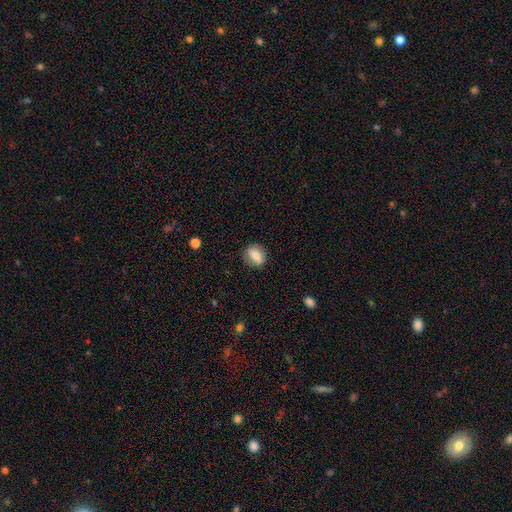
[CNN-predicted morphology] This is likely a smooth galaxy (71%). How rounded: possibly in between (55%). Merging: clearly none (83%).